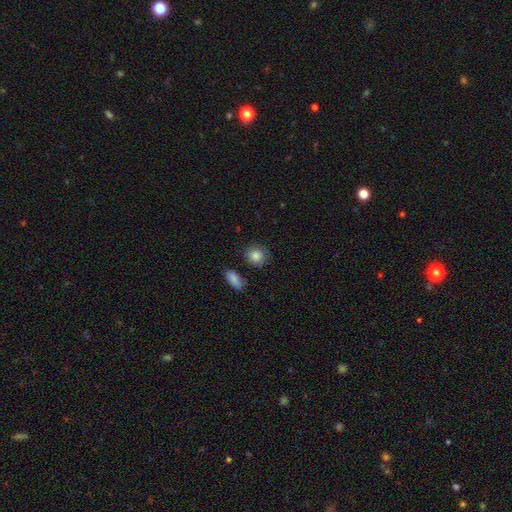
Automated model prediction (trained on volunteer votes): Smooth or featured: smooth — 86% (star or artifact — 8%)
How rounded: round — 81% (in between — 17%)
Merging: none — 80% (minor disturbance — 13%)